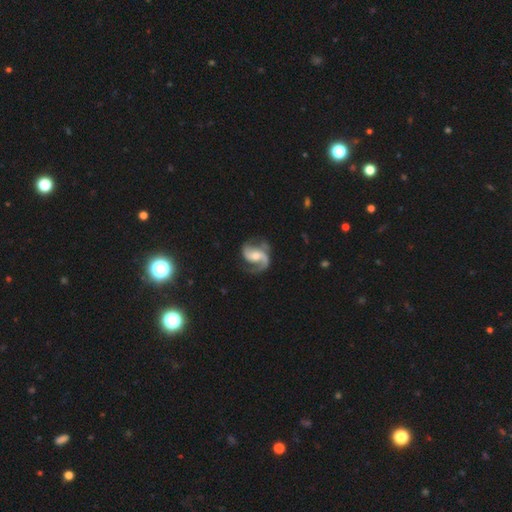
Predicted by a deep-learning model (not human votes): Smooth or featured? featured or disk (88%)
Edge-on disk? no (98%)
Bar? no (43%)
Spiral arms? yes (97%)
Spiral winding? medium (48%)
Spiral arm count? 2 (85%)
Bulge size? moderate (53%)
Merging? none (65%)